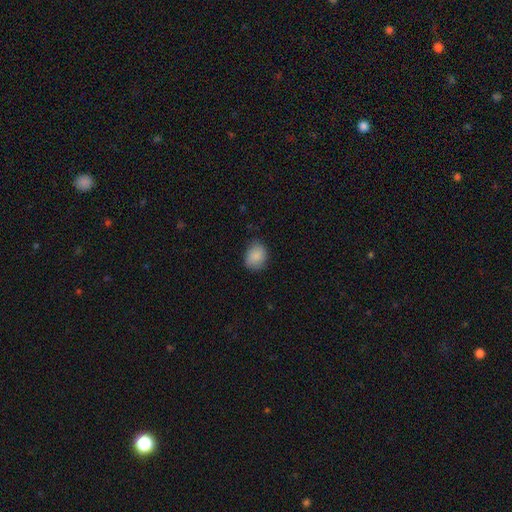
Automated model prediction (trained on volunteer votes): Smooth or featured? smooth (87%)
How rounded? round (55%)
Merging? none (75%)